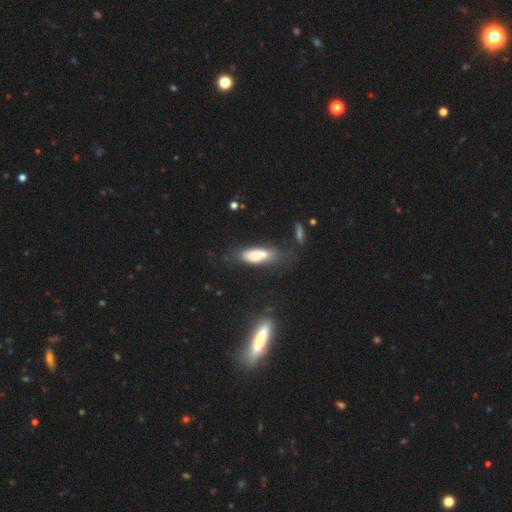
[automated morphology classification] Smooth or featured: smooth — 60% (featured or disk — 32%)
How rounded: in between — 71% (cigar-shaped — 26%)
Merging: none — 48% (minor disturbance — 23%)